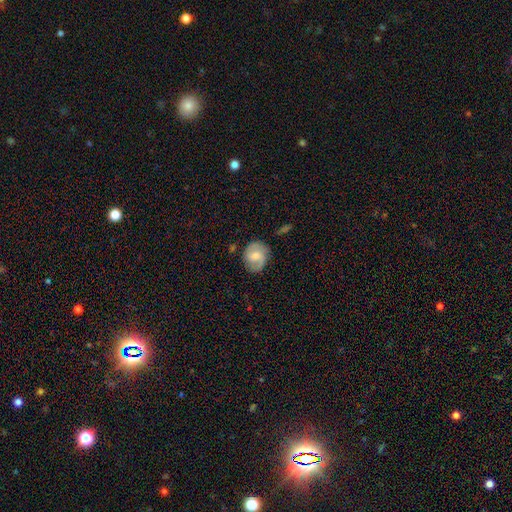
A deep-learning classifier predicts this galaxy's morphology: smooth-or-featured: featured or disk: 58% | smooth: 35% | star or artifact: 7%
  disk-edge-on: no: 97% | yes: 3%
    bar: no: 46% | weak: 45% | strong: 9%
    has-spiral-arms: yes: 88% | no: 12%
      spiral-winding: medium: 47% | tight: 31% | loose: 23%
      spiral-arm-count: 2: 81% | can't tell: 9% | 1: 6% | 3: 2% | 4: 1% | more than 4: 1%
    bulge-size: moderate: 59% | small: 32% | large: 5% | none: 3% | dominant: 1%
  merging: none: 74% | minor disturbance: 19% | major disturbance: 5% | merger: 2%